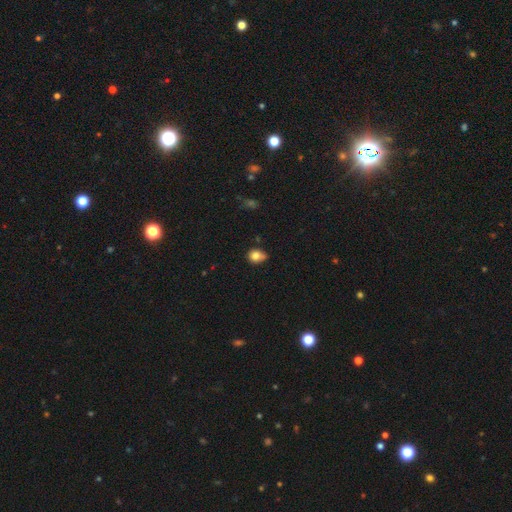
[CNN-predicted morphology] smooth-or-featured: smooth: 80% | star or artifact: 10% | featured or disk: 10%
  how-rounded: round: 52% | in between: 47% | cigar-shaped: 1%
  merging: none: 52% | minor disturbance: 37% | major disturbance: 7% | merger: 4%